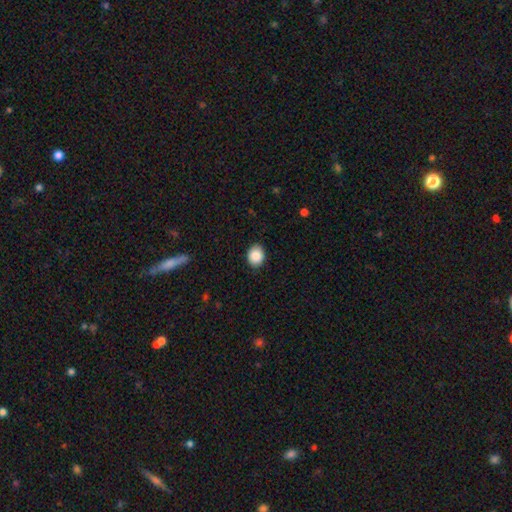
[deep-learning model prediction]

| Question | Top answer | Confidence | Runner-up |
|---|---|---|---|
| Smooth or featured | smooth | 88% | star or artifact (8%) |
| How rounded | in between | 50% | round (49%) |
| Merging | none | 88% | minor disturbance (9%) |